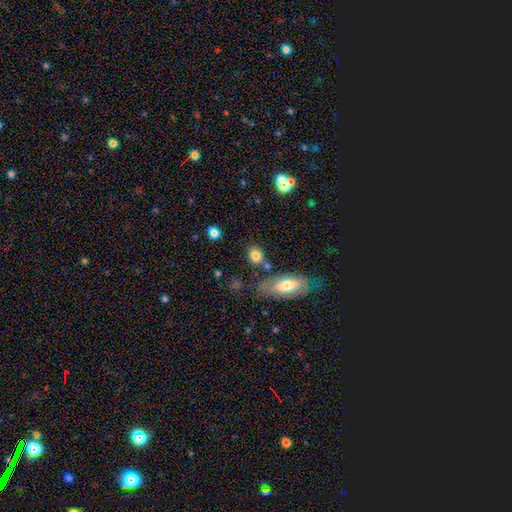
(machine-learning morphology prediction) This is clearly a smooth galaxy (82%). How rounded: possibly in between (59%). Merging: likely none (73%).